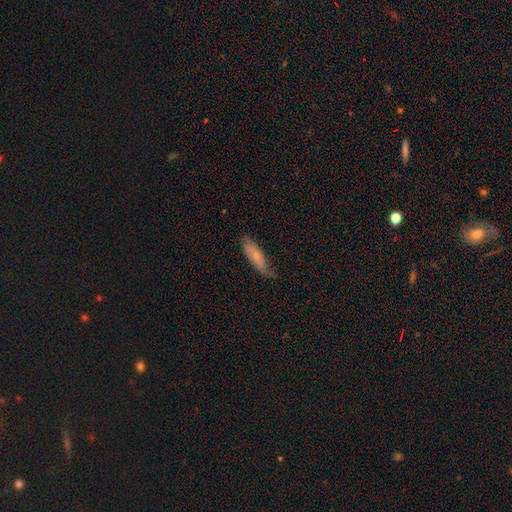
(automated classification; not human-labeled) Overall: smooth (59%; featured or disk 34%). How rounded: cigar-shaped (64%; in between 34%). Merging: none (63%; minor disturbance 29%).